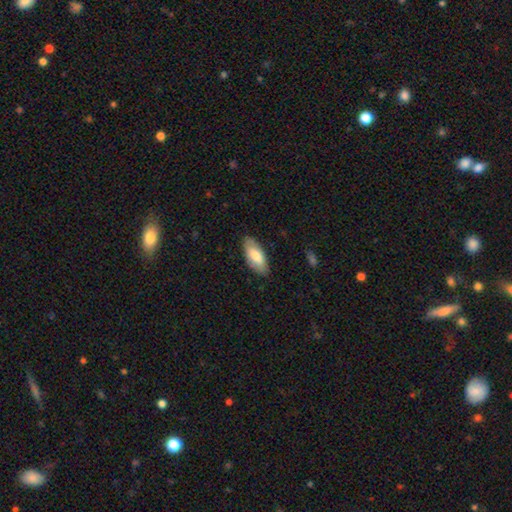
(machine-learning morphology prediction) Smooth or featured? Predicted: smooth (p=0.71). How rounded? Predicted: in between (p=0.88). Merging? Predicted: none (p=0.84).